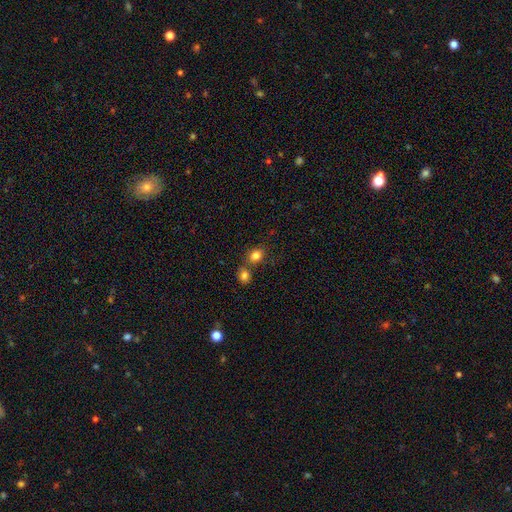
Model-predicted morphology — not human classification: The model was most divided on "how rounded": round: 58%, in between: 41%, cigar-shaped: 1%. More confident: smooth or featured — smooth (81%); merging — none (59%).